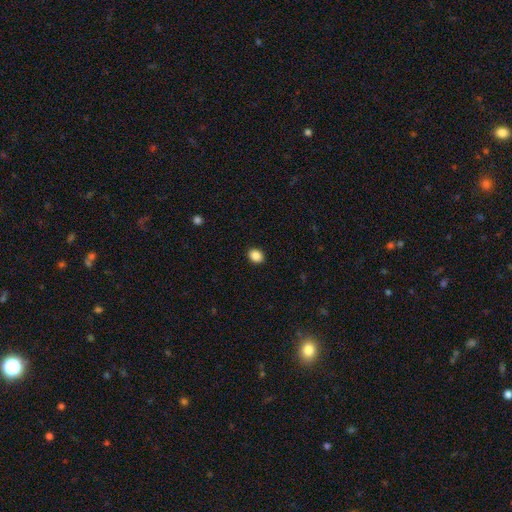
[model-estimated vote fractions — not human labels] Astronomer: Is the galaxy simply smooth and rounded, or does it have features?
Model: smooth — 87%.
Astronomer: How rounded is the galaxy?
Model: round — 53% (runner-up: in between, 46%).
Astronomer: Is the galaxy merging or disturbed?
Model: none — 92%.